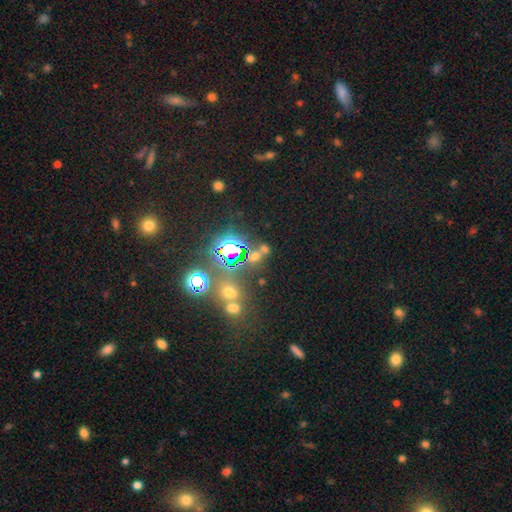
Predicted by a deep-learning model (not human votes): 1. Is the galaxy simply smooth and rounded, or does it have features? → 57% star or artifact, 33% smooth, 10% featured or disk.